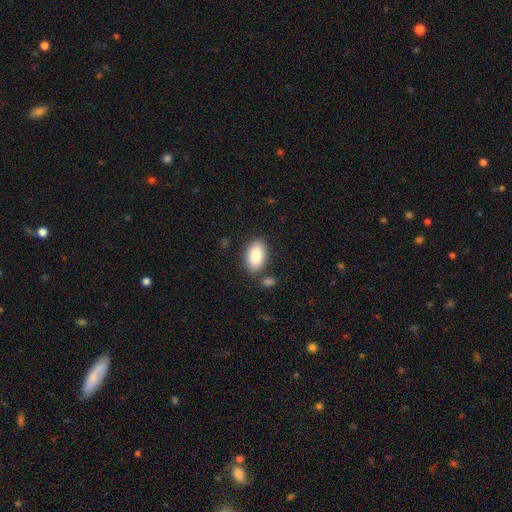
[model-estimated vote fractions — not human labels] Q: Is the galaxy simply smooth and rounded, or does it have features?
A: smooth — 85%.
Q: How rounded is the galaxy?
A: in between — 93%.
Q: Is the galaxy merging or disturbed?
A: none — 80%.